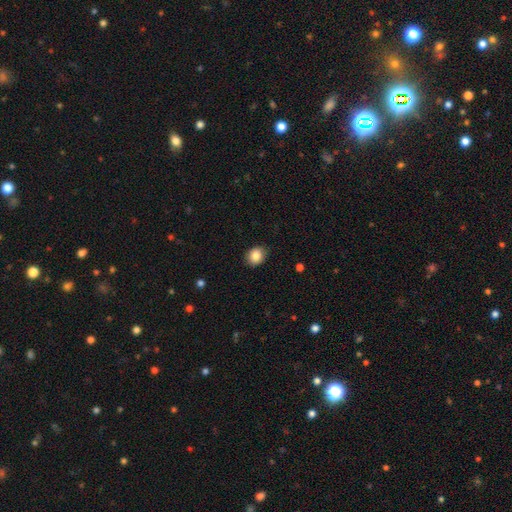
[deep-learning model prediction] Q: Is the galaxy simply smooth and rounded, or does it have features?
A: smooth — 86%.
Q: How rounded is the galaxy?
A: round — 58%.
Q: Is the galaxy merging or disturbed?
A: none — 84%.